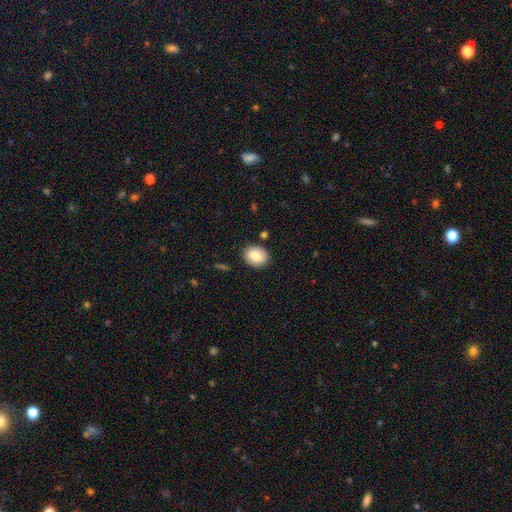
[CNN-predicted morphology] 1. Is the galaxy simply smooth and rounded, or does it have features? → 82% smooth, 10% featured or disk, 8% star or artifact.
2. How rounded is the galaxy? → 54% in between, 45% round, 1% cigar-shaped.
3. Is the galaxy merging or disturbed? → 86% none, 9% minor disturbance, 2% merger, 2% major disturbance.